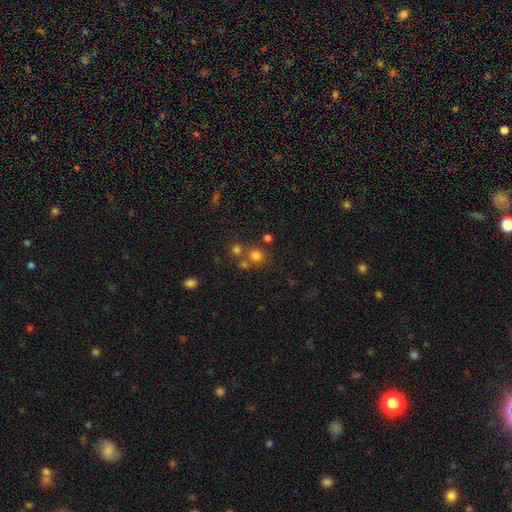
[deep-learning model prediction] smooth_or_featured: smooth (p=0.72) [alt: star or artifact p=0.20]
how_rounded: round (p=0.89) [alt: in between p=0.10]
merging: none (p=0.66) [alt: merger p=0.23]